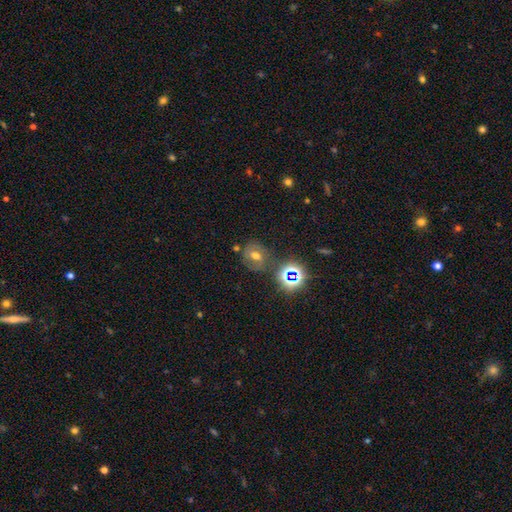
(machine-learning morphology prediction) type=smooth (44%); merging=none (68%).